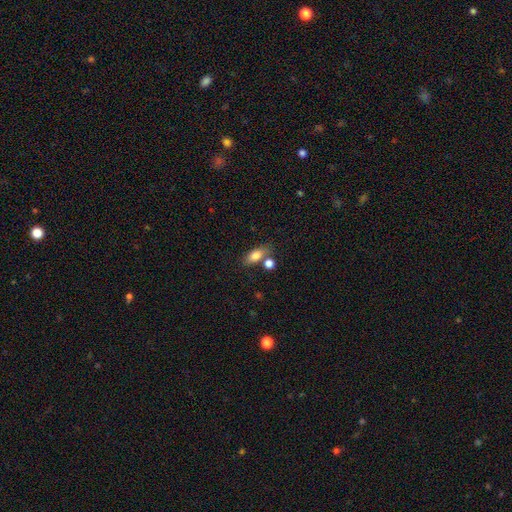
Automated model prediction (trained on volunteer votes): Morphology: type=smooth (79%); roundness=in between (79%); merging=none (64%).